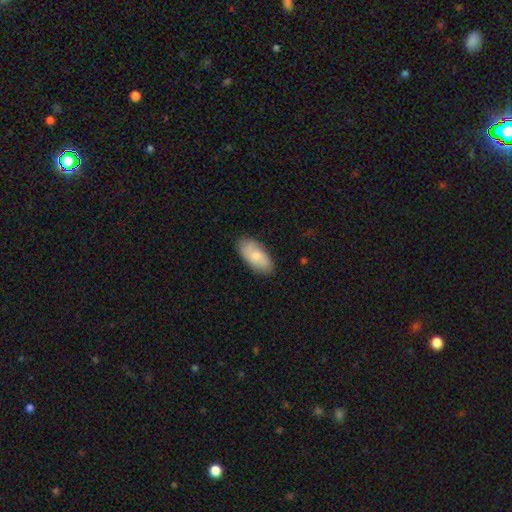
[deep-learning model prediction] Smooth or featured? smooth (74%)
How rounded? in between (92%)
Merging? none (82%)